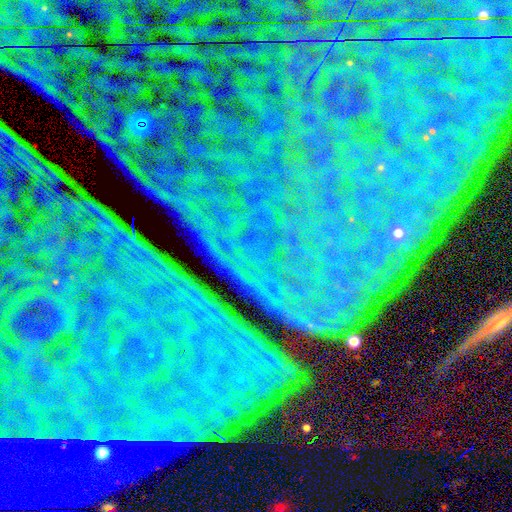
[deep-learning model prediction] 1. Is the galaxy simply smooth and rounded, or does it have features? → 85% star or artifact, 8% featured or disk, 6% smooth.